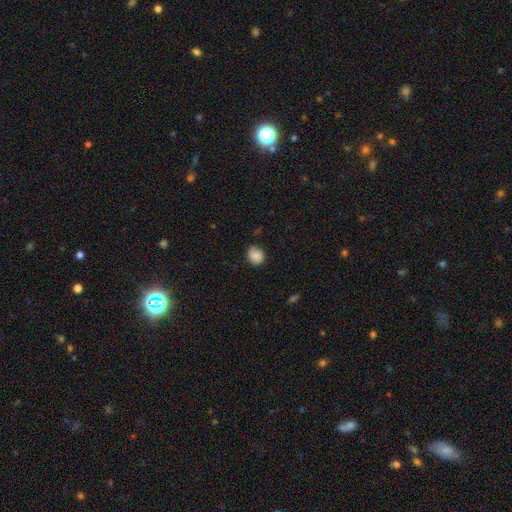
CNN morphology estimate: smooth_or_featured: smooth (p=0.81) [alt: featured or disk p=0.10]
how_rounded: round (p=0.65) [alt: in between p=0.34]
merging: none (p=0.74) [alt: minor disturbance p=0.20]